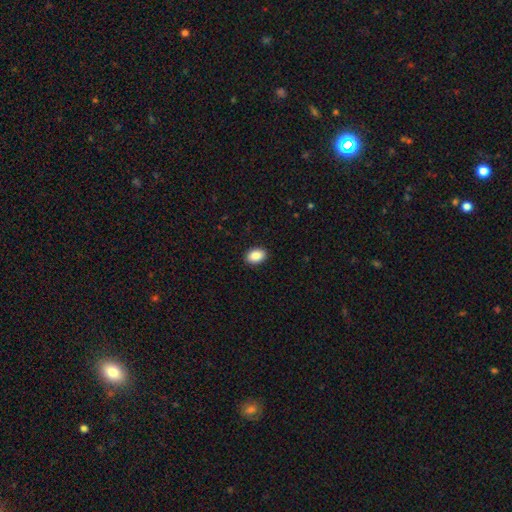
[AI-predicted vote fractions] Overall: smooth (89%). How rounded: in between (82%). Merging: none (91%).